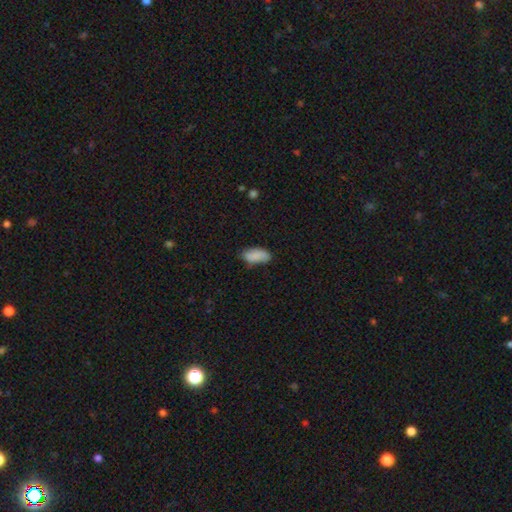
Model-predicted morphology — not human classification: smooth-or-featured: smooth: 87% | star or artifact: 7% | featured or disk: 6%
  how-rounded: in between: 89% | cigar-shaped: 9% | round: 2%
  merging: none: 72% | minor disturbance: 22% | major disturbance: 4% | merger: 2%